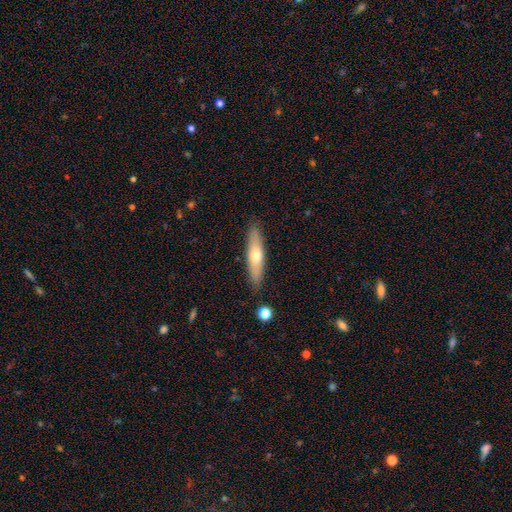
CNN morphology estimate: type=smooth (55%); roundness=cigar-shaped (76%); merging=none (87%).